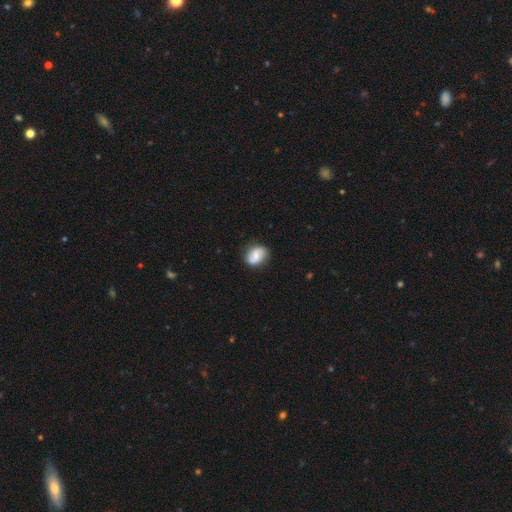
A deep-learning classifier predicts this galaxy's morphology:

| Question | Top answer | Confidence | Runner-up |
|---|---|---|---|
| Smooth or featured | featured or disk | 49% | smooth (44%) |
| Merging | none | 77% | minor disturbance (16%) |